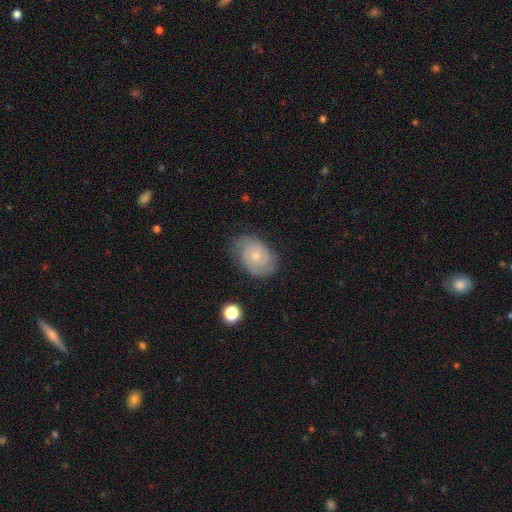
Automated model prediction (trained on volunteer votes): This appears to be a featured or disk galaxy (61%) with no bar (78%), 2 (56%) tight (59%) spiral arms (87%) and a small central bulge (66%). Merging: none (72%).